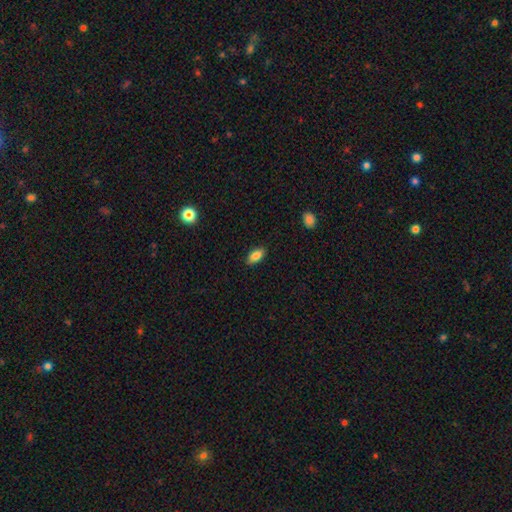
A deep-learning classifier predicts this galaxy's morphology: Smooth or featured: smooth — 85% (featured or disk — 8%)
How rounded: in between — 88% (cigar-shaped — 8%)
Merging: none — 87% (minor disturbance — 10%)